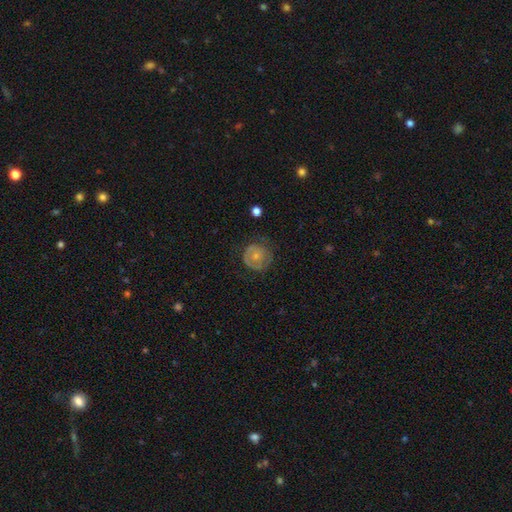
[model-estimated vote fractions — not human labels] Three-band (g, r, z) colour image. It shows a featured or disk galaxy (47%). Merging: none (59%).